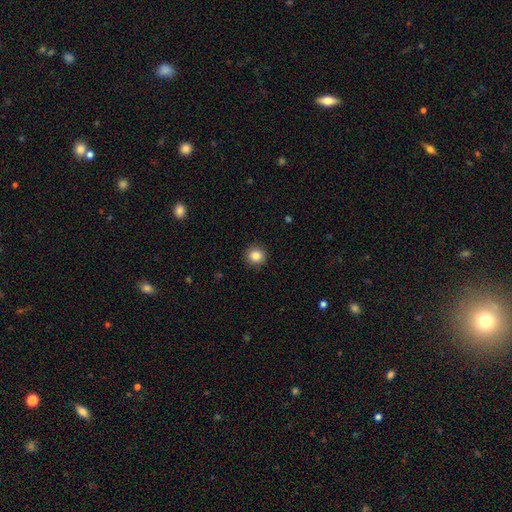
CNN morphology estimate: smooth 85%, star or artifact 10%, featured or disk 5%. Down the decision tree: how rounded — round (94%); merging — none (92%).